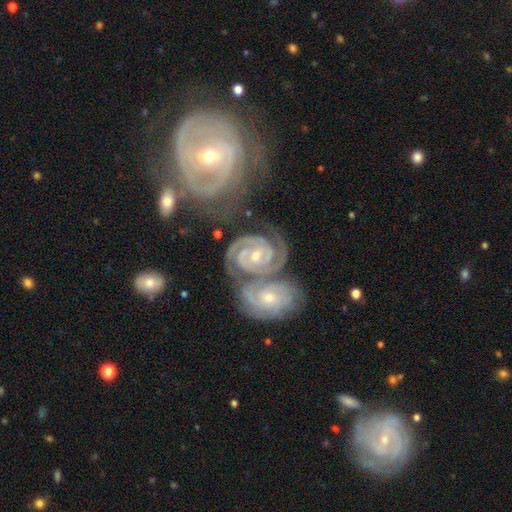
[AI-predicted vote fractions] The model was most divided on "merging": merger: 48%, none: 34%, minor disturbance: 12%, major disturbance: 6%. Remaining: spiral arms — yes (98%); edge-on disk — no (97%); smooth or featured — featured or disk (91%); spiral winding — tight (76%); bar — no (58%); bulge size — small (57%); spiral arm count — 2 (46%).